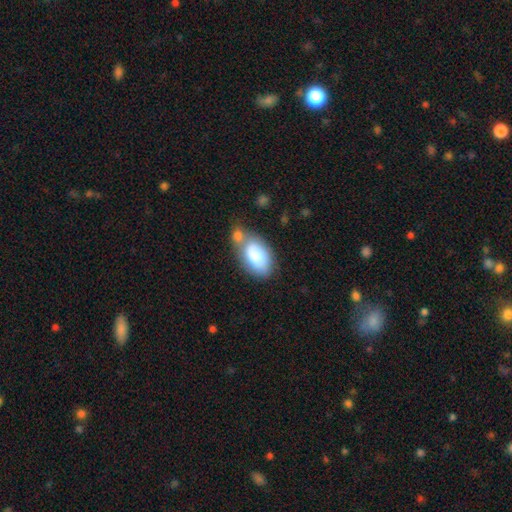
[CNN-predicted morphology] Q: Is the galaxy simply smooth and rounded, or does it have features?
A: smooth — 80%.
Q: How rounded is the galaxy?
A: in between — 92%.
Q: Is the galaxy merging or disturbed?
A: none — 39%.